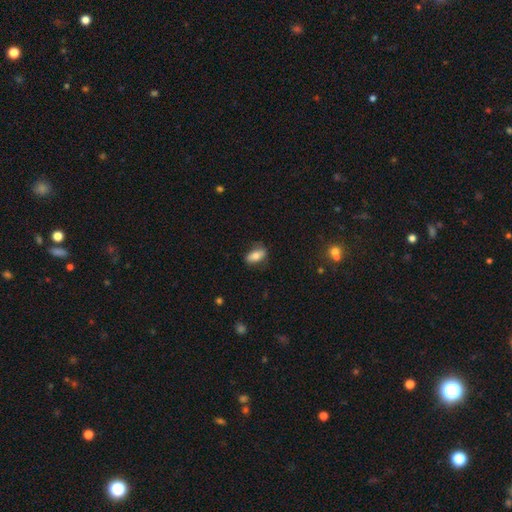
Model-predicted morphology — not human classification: type=smooth (74%); roundness=in between (86%); merging=none (76%).